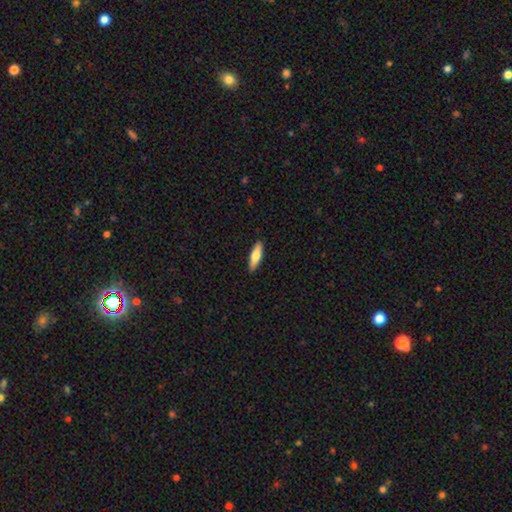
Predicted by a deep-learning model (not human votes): Q: Smooth or featured?
A: smooth (64%); runner-up: featured or disk (31%)
Q: How rounded?
A: cigar-shaped (60%); runner-up: in between (38%)
Q: Merging?
A: none (91%); runner-up: minor disturbance (7%)